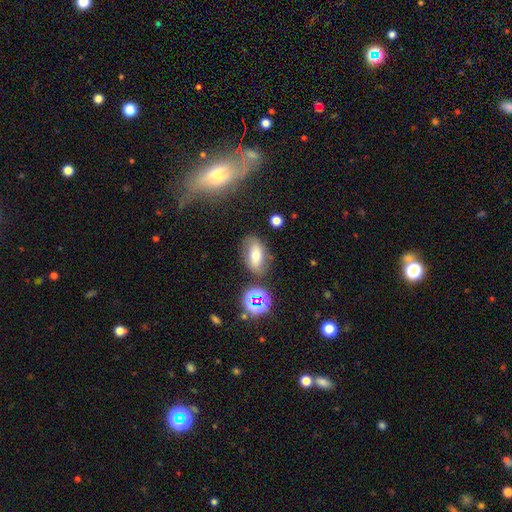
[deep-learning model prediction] Q: Smooth or featured?
A: smooth (61%); runner-up: featured or disk (24%)
Q: How rounded?
A: in between (85%); runner-up: round (11%)
Q: Merging?
A: none (72%); runner-up: minor disturbance (17%)